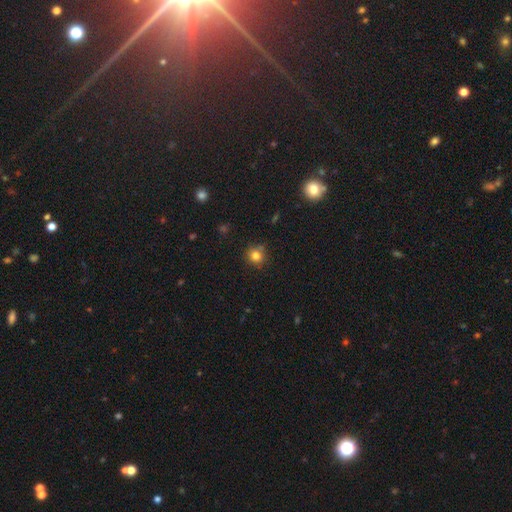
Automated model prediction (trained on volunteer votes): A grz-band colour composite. It shows a smooth galaxy with no disk features (80%) that is round (89%). Merging: none (78%).